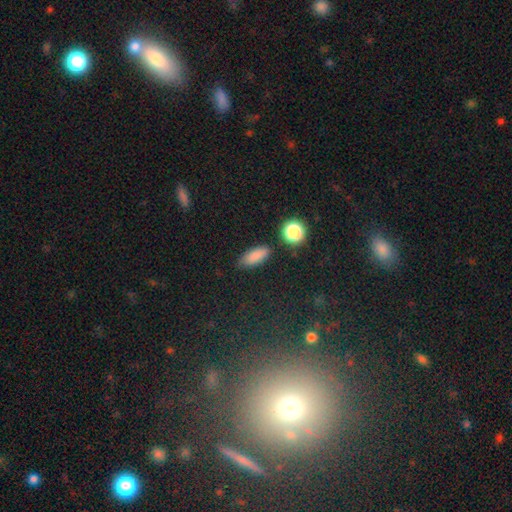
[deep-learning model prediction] Overall: smooth (84%). How rounded: in between (72%). Merging: none (82%).